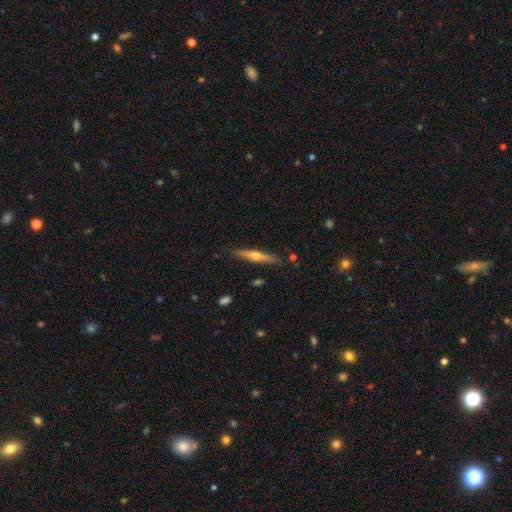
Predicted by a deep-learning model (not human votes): Smooth or featured? Predicted: featured or disk (p=0.56). Edge-on disk? Predicted: yes (p=0.94). Edge-on bulge? Predicted: rounded (p=0.86). Merging? Predicted: none (p=0.87).